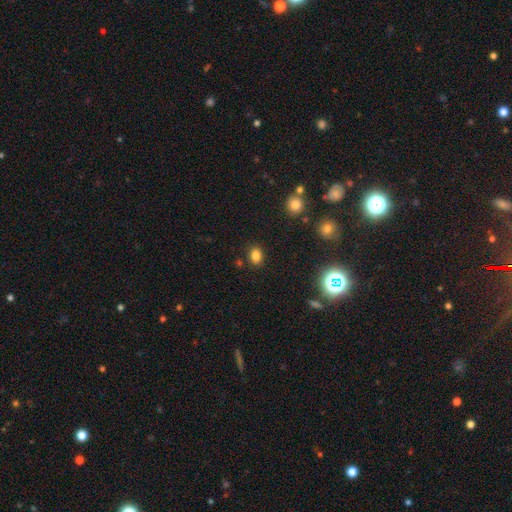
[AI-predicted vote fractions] This is clearly a smooth galaxy (82%). How rounded: likely in between (71%). Merging: clearly none (85%).